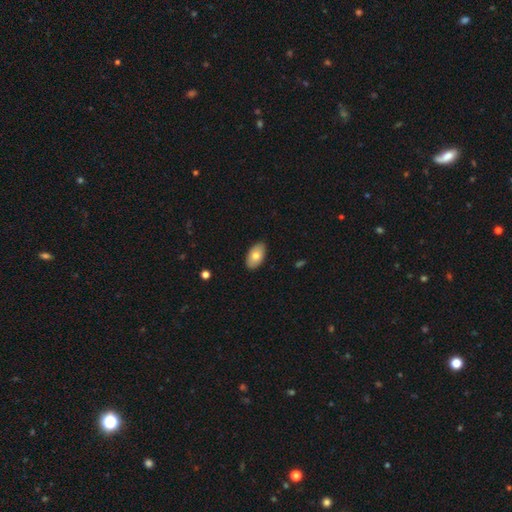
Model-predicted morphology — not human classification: smooth_or_featured: smooth (p=0.77) [alt: featured or disk p=0.17]
how_rounded: in between (p=0.94) [alt: round p=0.04]
merging: none (p=0.87) [alt: minor disturbance p=0.10]